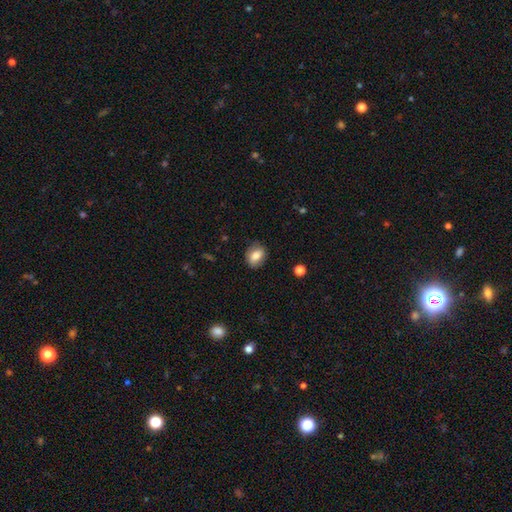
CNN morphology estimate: smooth-or-featured: smooth: 78% | featured or disk: 14% | star or artifact: 8%
  how-rounded: in between: 59% | round: 40% | cigar-shaped: 1%
  merging: none: 82% | minor disturbance: 14% | major disturbance: 4% | merger: 1%